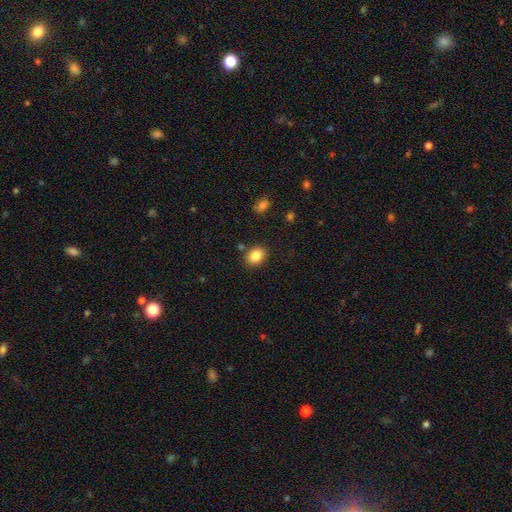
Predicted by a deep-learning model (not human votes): A smooth galaxy with no disk features (86%) that is in between round and cigar-shaped (63%). Merging: none (84%).